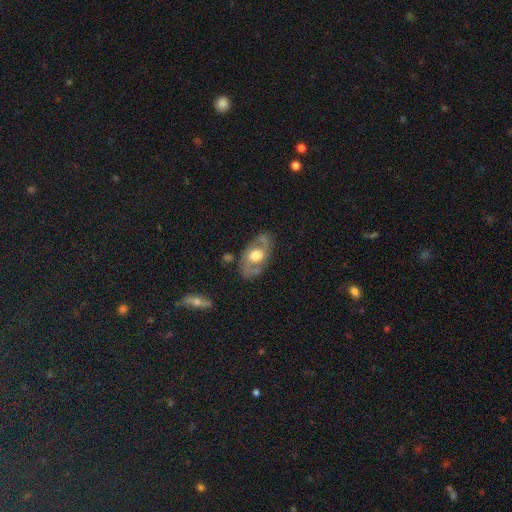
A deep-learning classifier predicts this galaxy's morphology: Overall: featured or disk (70%). Edge-on disk: no (91%). Bar: no (70%). Spiral arms: yes (64%; no 36%). Bulge size: moderate (52%; large 40%). Merging: none (71%).